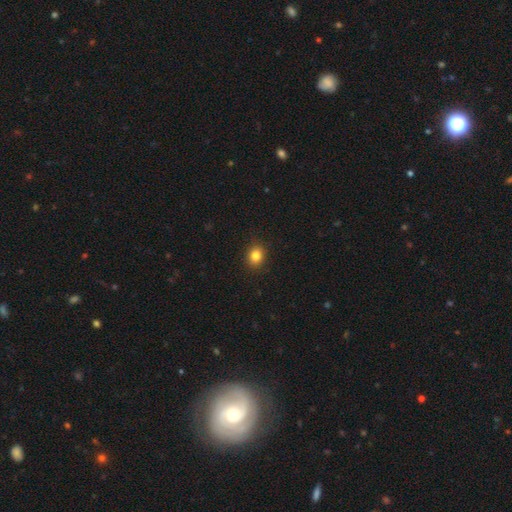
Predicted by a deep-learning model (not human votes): smooth-or-featured: smooth: 83% | star or artifact: 11% | featured or disk: 5%
  how-rounded: round: 63% | in between: 36% | cigar-shaped: 1%
  merging: none: 90% | minor disturbance: 8% | major disturbance: 2% | merger: 1%